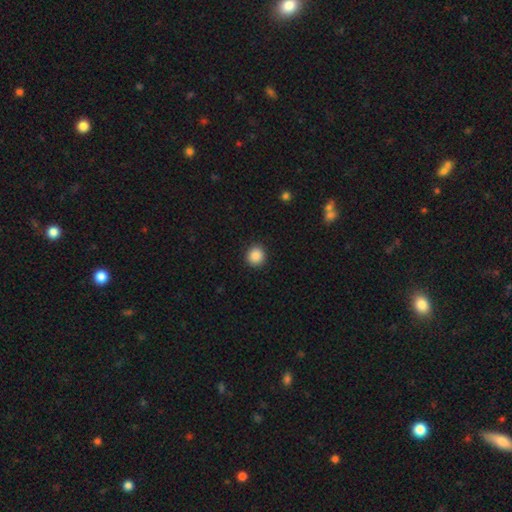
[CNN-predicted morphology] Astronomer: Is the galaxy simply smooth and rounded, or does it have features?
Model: smooth — 88%.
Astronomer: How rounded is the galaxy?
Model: round — 91%.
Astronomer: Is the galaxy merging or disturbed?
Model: none — 92%.